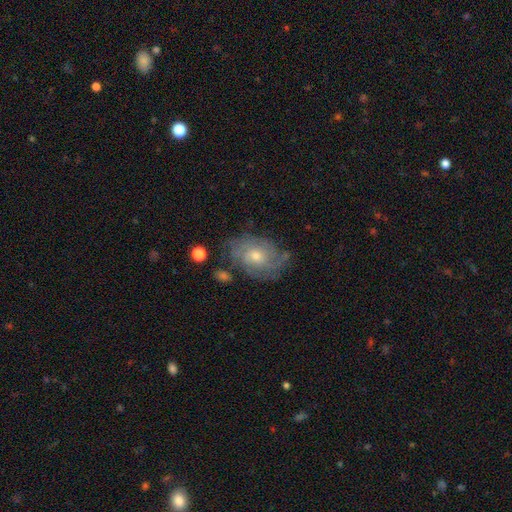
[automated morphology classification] Smooth or featured: featured or disk — 73% (smooth — 19%)
Edge-on disk: no — 96% (yes — 4%)
Bar: no — 76% (weak — 21%)
Spiral arms: yes — 88% (no — 12%)
Spiral winding: tight — 58% (medium — 31%)
Spiral arm count: can't tell — 48% (2 — 17%)
Bulge size: moderate — 50% (small — 46%)
Merging: none — 66% (minor disturbance — 21%)